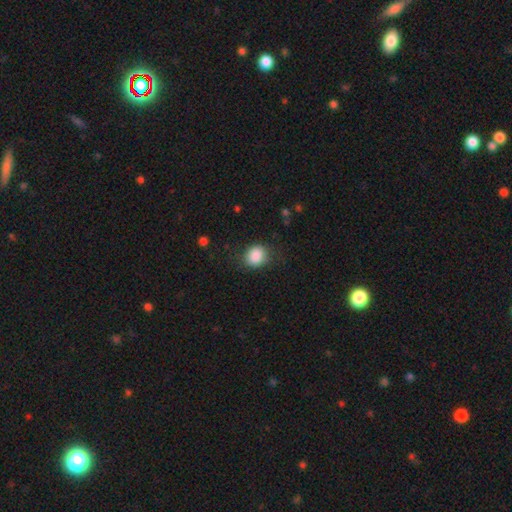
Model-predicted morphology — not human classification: The model was most divided on "how rounded": round: 61%, in between: 38%, cigar-shaped: 1%. More confident: smooth or featured — smooth (87%); merging — none (73%).